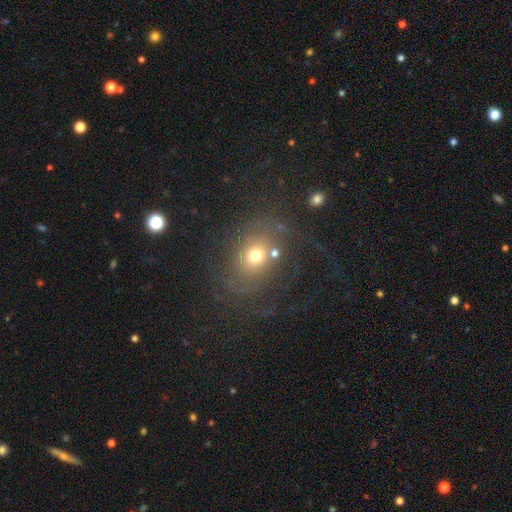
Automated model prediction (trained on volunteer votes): The model was most divided on "smooth or featured": smooth: 48%, featured or disk: 34%, star or artifact: 18%. More confident: merging — none (65%).